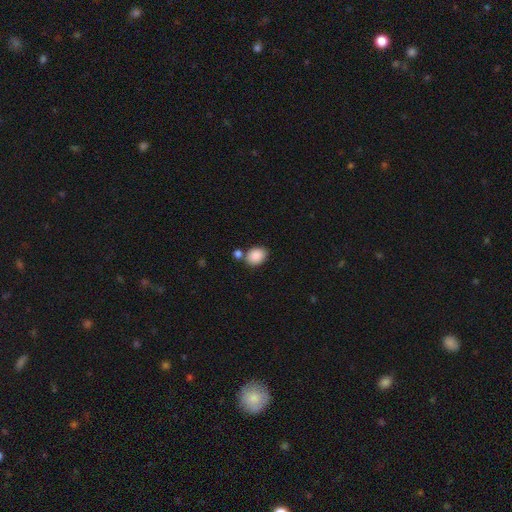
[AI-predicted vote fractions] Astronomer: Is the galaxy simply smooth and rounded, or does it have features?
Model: smooth — 88%.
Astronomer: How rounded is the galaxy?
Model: in between — 64%.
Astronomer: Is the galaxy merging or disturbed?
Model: none — 68%.